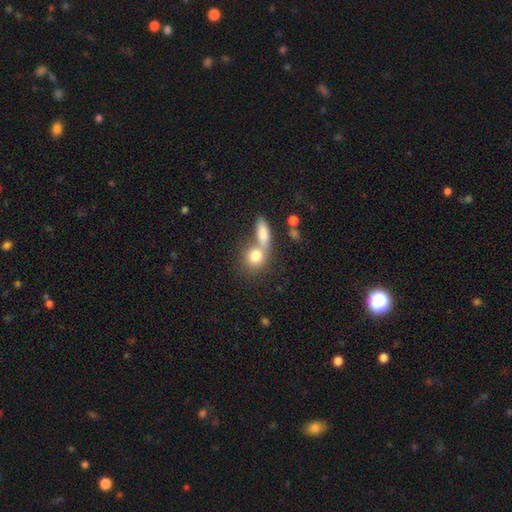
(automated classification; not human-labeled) This appears to be a smooth galaxy with no disk features (80%) that is round (65%). Merging: merger (50%).